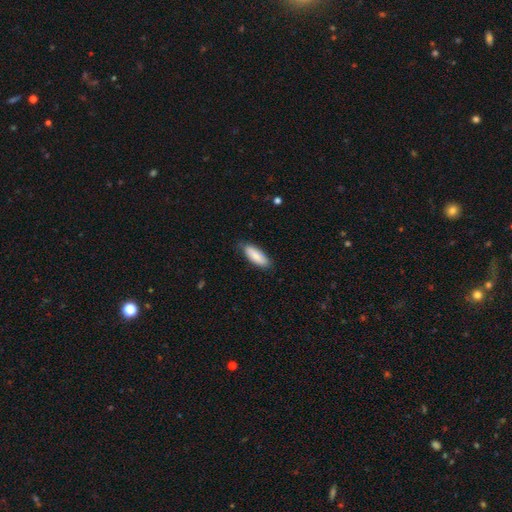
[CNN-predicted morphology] smooth 84%, featured or disk 11%, star or artifact 6%. Down the decision tree: how rounded — in between (62%); merging — none (81%).